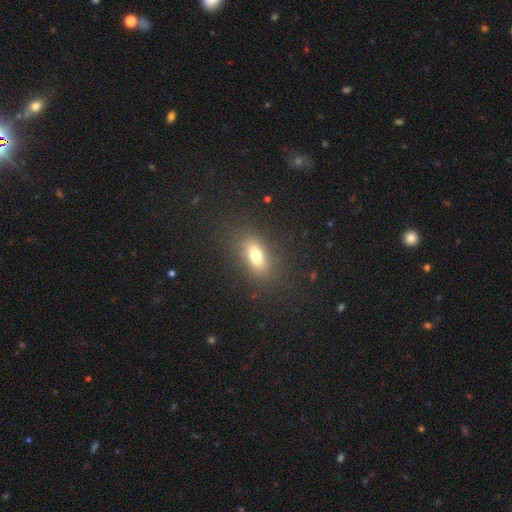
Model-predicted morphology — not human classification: Smooth or featured?
  - smooth: 73% *
  - featured or disk: 15%
  - star or artifact: 12%
How rounded?
  - in between: 79% *
  - cigar-shaped: 11%
  - round: 10%
Merging?
  - none: 83% *
  - minor disturbance: 10%
  - major disturbance: 5%
  - merger: 1%